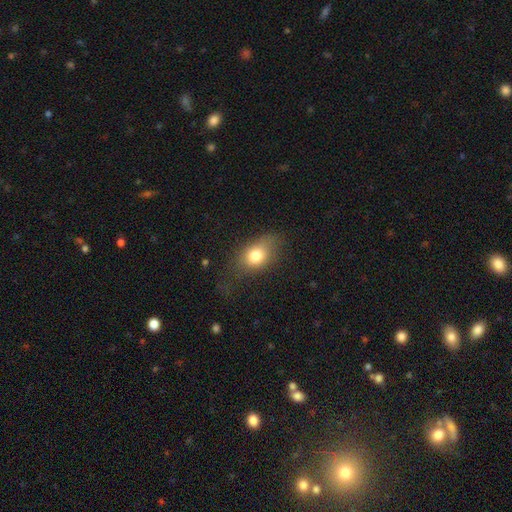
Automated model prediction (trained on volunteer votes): Smooth or featured? Predicted: smooth (p=0.77). How rounded? Predicted: in between (p=0.74). Merging? Predicted: none (p=0.53).